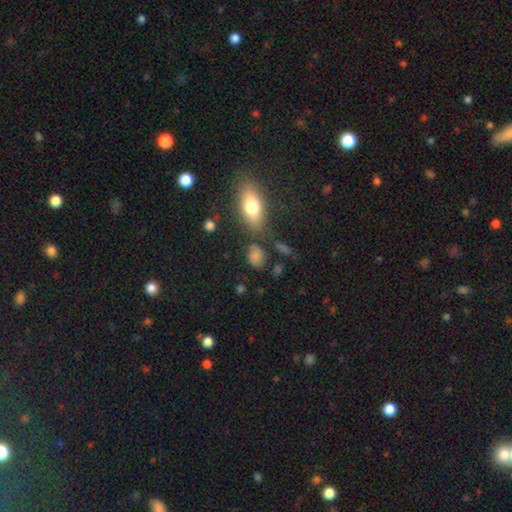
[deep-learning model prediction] smooth 74%, star or artifact 13%, featured or disk 13%. Down the decision tree: how rounded — in between (71%); merging — none (63%).